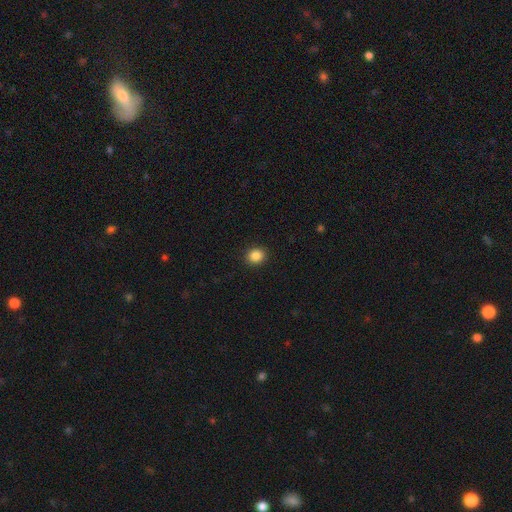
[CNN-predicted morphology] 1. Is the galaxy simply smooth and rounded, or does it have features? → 86% smooth, 10% star or artifact, 4% featured or disk.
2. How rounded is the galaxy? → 72% round, 27% in between, 1% cigar-shaped.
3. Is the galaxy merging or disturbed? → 92% none, 6% minor disturbance, 2% major disturbance, 1% merger.